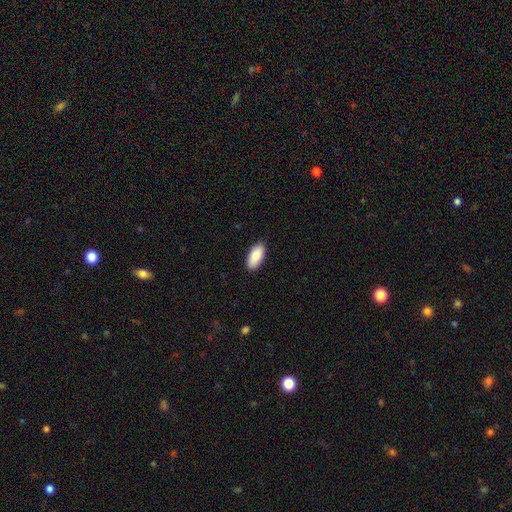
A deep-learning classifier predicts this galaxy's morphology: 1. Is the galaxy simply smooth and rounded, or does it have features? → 87% smooth, 7% featured or disk, 6% star or artifact.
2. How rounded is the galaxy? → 91% in between, 7% cigar-shaped, 2% round.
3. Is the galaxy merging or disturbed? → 88% none, 9% minor disturbance, 2% major disturbance, 1% merger.